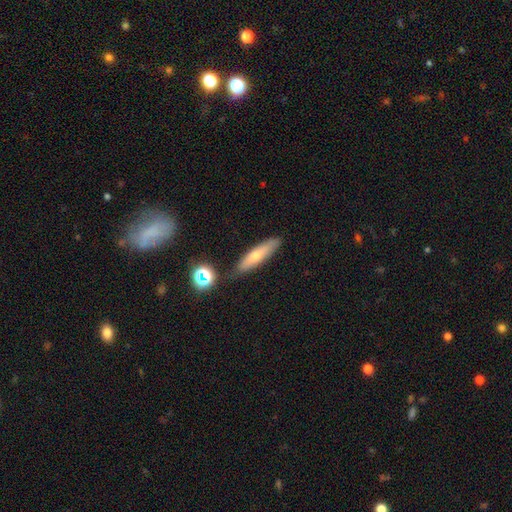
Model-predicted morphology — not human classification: Smooth or featured?
  - smooth: 61% *
  - featured or disk: 30%
  - star or artifact: 8%
How rounded?
  - cigar-shaped: 78% *
  - in between: 19%
  - round: 2%
Merging?
  - none: 80% *
  - minor disturbance: 13%
  - merger: 5%
  - major disturbance: 3%